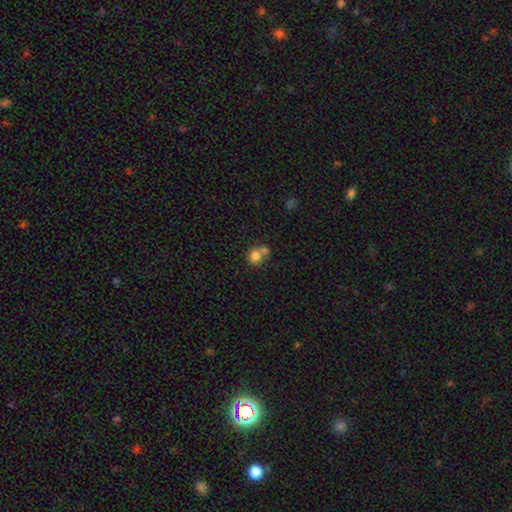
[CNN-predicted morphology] Smooth or featured?
  - smooth: 80% *
  - featured or disk: 10%
  - star or artifact: 10%
How rounded?
  - round: 82% *
  - in between: 17%
  - cigar-shaped: 1%
Merging?
  - merger: 48% *
  - none: 40%
  - minor disturbance: 8%
  - major disturbance: 3%